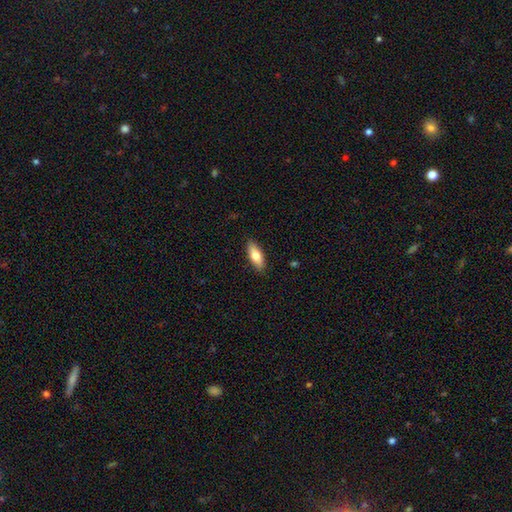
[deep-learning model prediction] Morphology: type=smooth (72%); roundness=in between (69%); merging=none (89%).